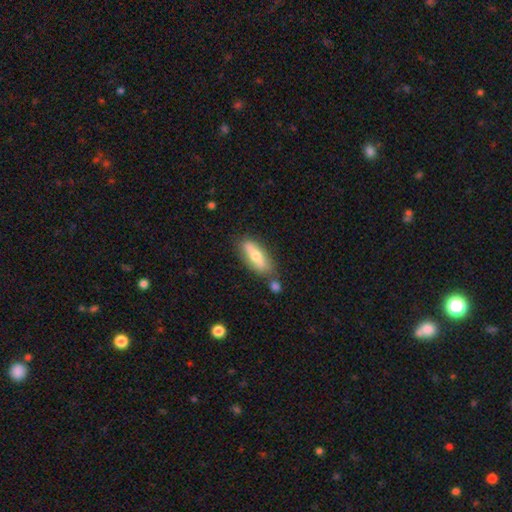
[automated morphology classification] Smooth or featured? Predicted: smooth (p=0.55). How rounded? Predicted: in between (p=0.58). Merging? Predicted: none (p=0.72).